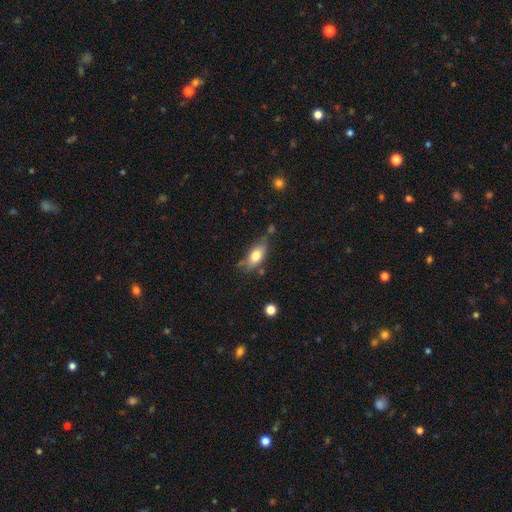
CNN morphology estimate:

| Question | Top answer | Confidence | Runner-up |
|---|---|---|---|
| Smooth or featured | smooth | 73% | featured or disk (19%) |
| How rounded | in between | 84% | cigar-shaped (11%) |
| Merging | none | 64% | minor disturbance (24%) |